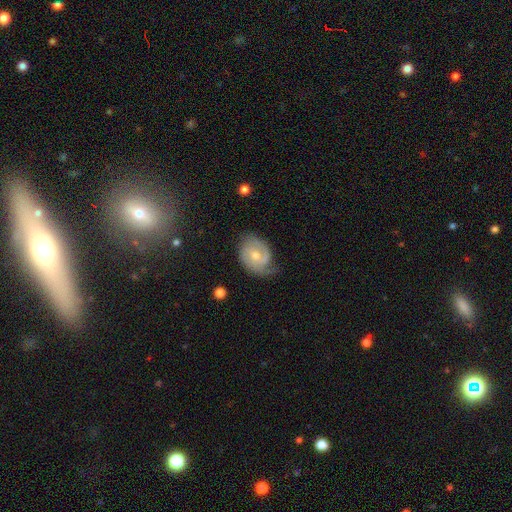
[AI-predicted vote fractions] Overall: featured or disk (75%). Edge-on disk: no (97%). Bar: no (67%; weak 29%). Spiral arms: yes (91%). Spiral arm count: 2 (49%; 1 23%). Spiral winding: tight (48%; medium 36%). Bulge size: moderate (55%; small 41%). Merging: none (58%; minor disturbance 29%).